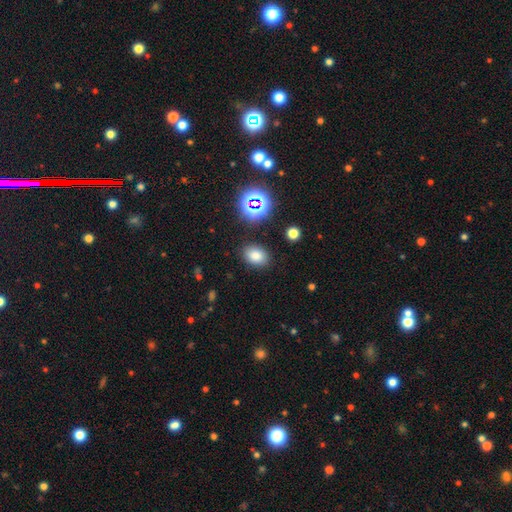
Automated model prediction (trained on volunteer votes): The model was most divided on "how rounded": in between: 75%, round: 24%, cigar-shaped: 1%. More confident: merging — none (85%); smooth or featured — smooth (77%).